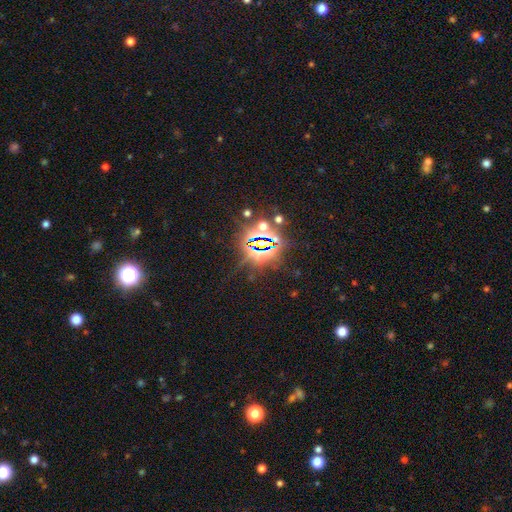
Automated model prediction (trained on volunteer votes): smooth_or_featured: star or artifact (p=0.82) [alt: smooth p=0.10]